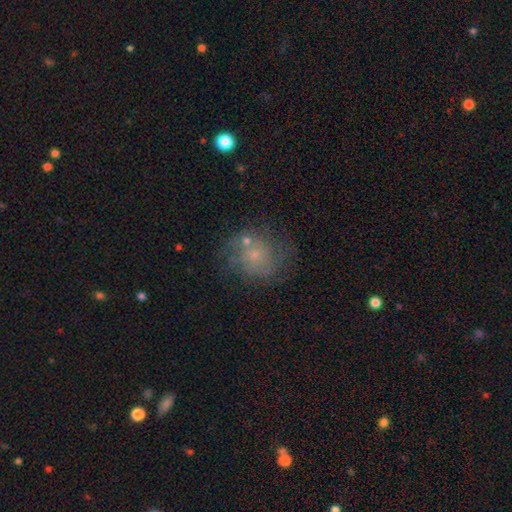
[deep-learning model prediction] Overall: featured or disk (48%; smooth 40%). Merging: none (57%; minor disturbance 20%).